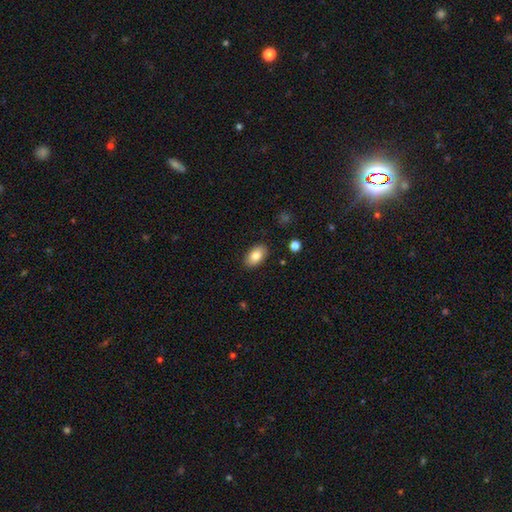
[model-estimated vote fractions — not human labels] Overall: smooth (83%). How rounded: in between (92%). Merging: none (87%).